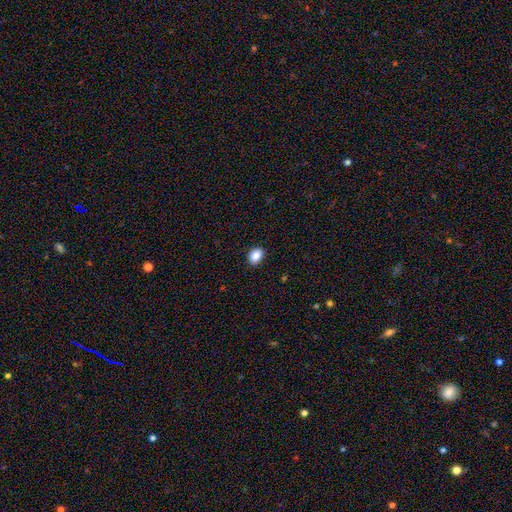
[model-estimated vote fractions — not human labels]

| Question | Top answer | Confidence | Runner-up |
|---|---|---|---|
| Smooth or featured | smooth | 87% | star or artifact (9%) |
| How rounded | in between | 68% | round (31%) |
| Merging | none | 89% | minor disturbance (9%) |